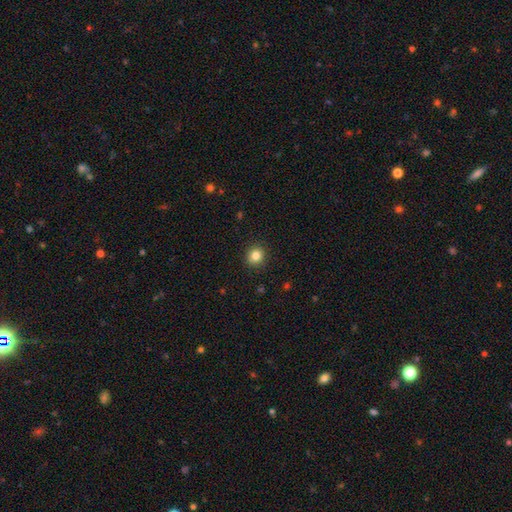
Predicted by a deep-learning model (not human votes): A smooth galaxy with no disk features (84%) that is round (87%).

Vote fractions:
- Smooth or featured? smooth: 84% / star or artifact: 11% / featured or disk: 6%
- How rounded? round: 87% / in between: 12% / cigar-shaped: 1%
- Merging? none: 91% / minor disturbance: 6% / major disturbance: 2% / merger: 1%